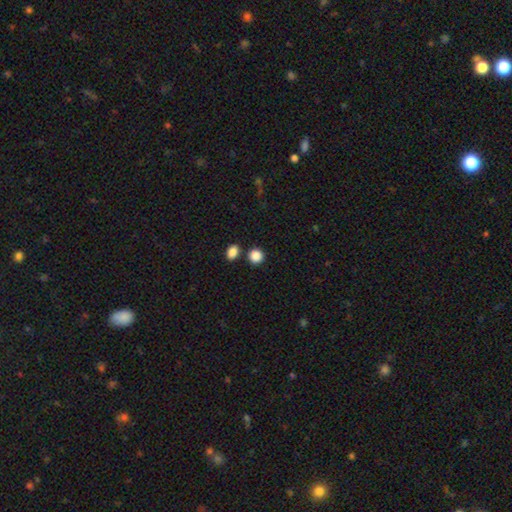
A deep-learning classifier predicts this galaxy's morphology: smooth_or_featured: smooth (p=0.88) [alt: star or artifact p=0.09]
how_rounded: round (p=0.85) [alt: in between p=0.14]
merging: none (p=0.78) [alt: merger p=0.11]